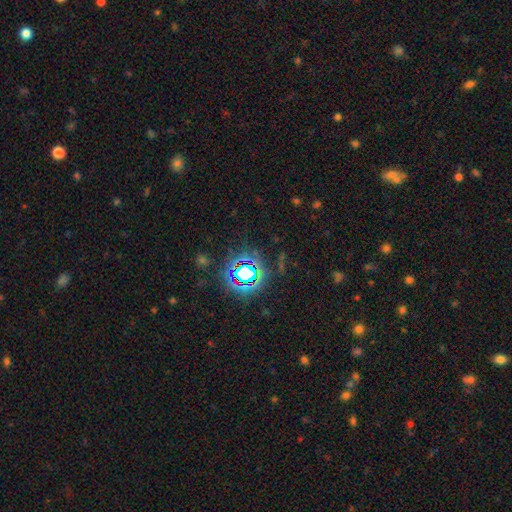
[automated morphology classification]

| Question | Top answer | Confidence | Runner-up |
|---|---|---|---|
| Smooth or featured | star or artifact | 74% | smooth (17%) |